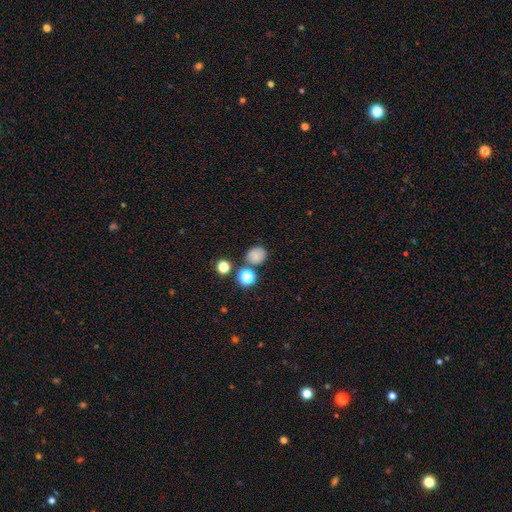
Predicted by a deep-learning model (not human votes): smooth_or_featured: smooth (p=0.77) [alt: star or artifact p=0.16]
how_rounded: round (p=0.73) [alt: in between p=0.26]
merging: none (p=0.72) [alt: minor disturbance p=0.12]